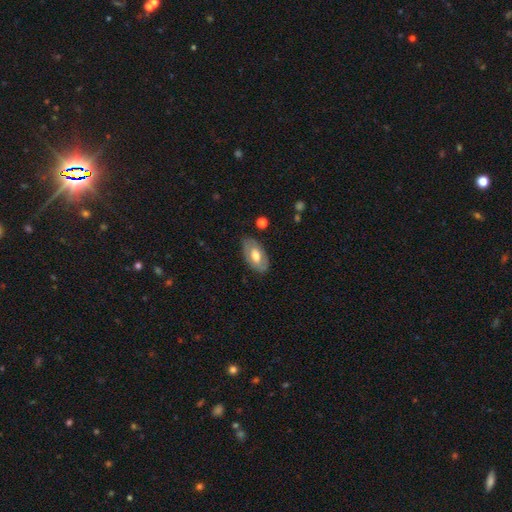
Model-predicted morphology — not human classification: A smooth galaxy with no disk features (49%).

Vote fractions:
- Smooth or featured? smooth: 49% / featured or disk: 45% / star or artifact: 6%
- Merging? none: 79% / minor disturbance: 16% / major disturbance: 4% / merger: 1%